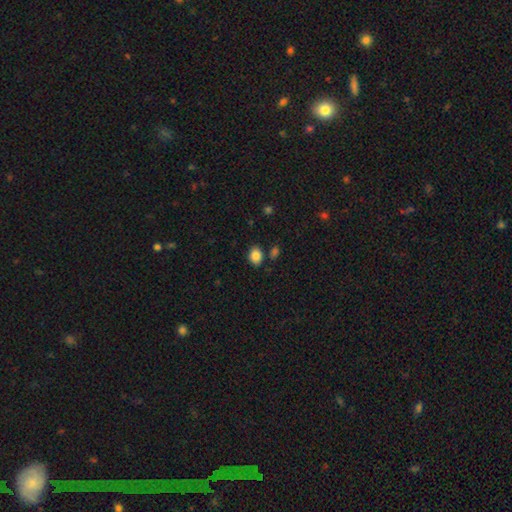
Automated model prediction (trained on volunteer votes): Morphology: type=smooth (86%); roundness=in between (62%); merging=none (80%).